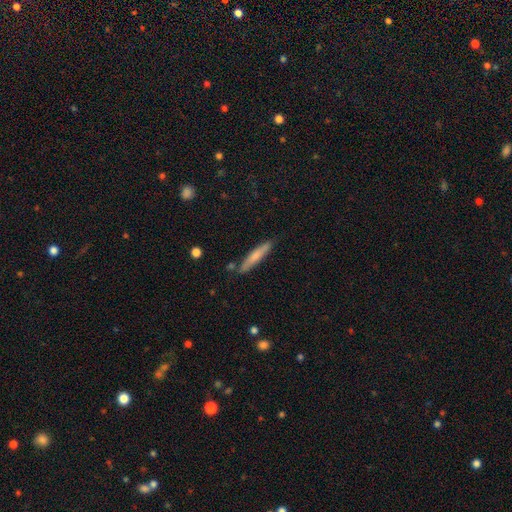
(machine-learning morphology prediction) Smooth or featured? Predicted: smooth (p=0.66). How rounded? Predicted: cigar-shaped (p=0.91). Merging? Predicted: none (p=0.82).